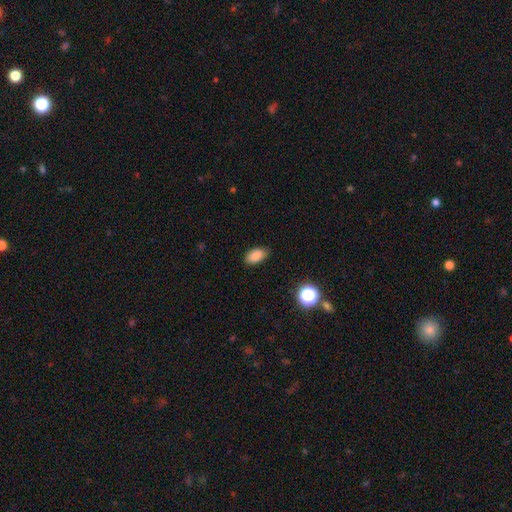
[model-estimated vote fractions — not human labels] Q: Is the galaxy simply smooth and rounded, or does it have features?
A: smooth — 86%.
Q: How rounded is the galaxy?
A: in between — 91%.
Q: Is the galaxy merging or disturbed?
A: none — 84%.